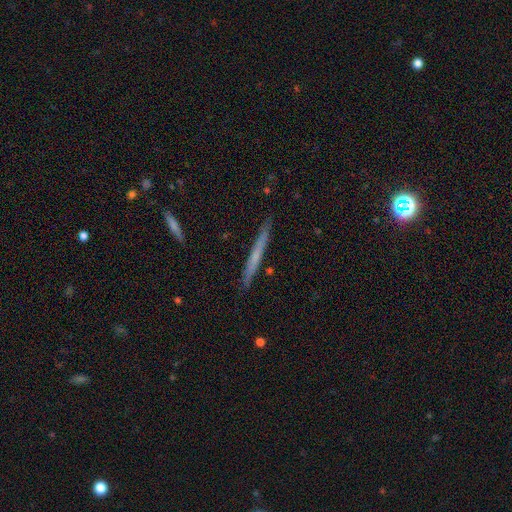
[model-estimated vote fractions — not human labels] A smooth galaxy with no disk features (48%).

Vote fractions:
- Smooth or featured? smooth: 48% / featured or disk: 46% / star or artifact: 6%
- Merging? none: 88% / minor disturbance: 9% / major disturbance: 2% / merger: 1%